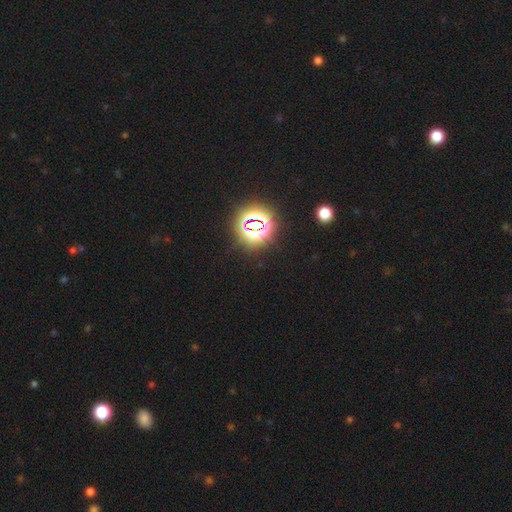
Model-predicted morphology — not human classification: star or artifact 83%, smooth 12%, featured or disk 6%.